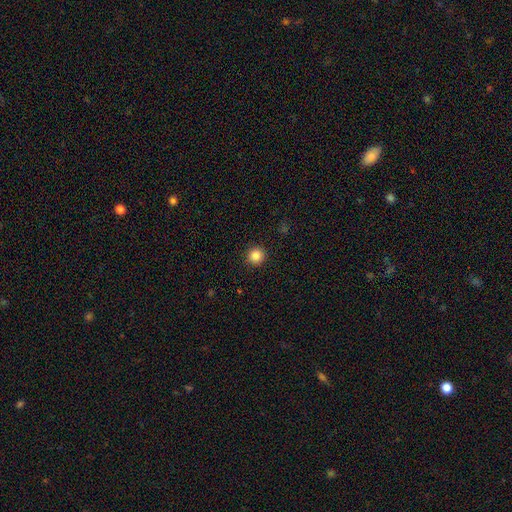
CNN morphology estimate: Overall: smooth (86%). How rounded: round (94%). Merging: none (93%).